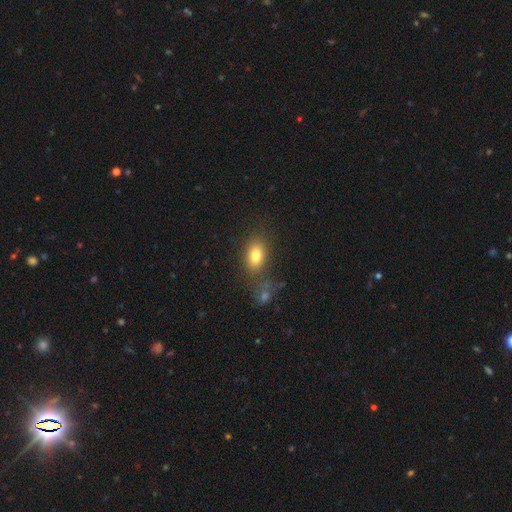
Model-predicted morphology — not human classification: smooth 80%, featured or disk 10%, star or artifact 10%. Down the decision tree: how rounded — in between (82%); merging — none (71%).